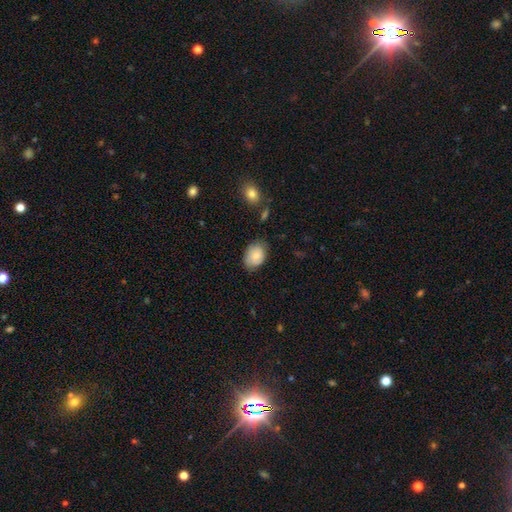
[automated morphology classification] The model was most divided on "merging": none: 71%, minor disturbance: 23%, major disturbance: 5%, merger: 2%. More confident: how rounded — in between (75%); smooth or featured — smooth (74%).